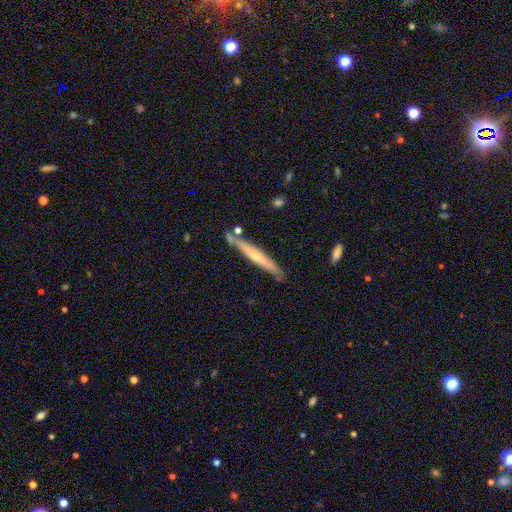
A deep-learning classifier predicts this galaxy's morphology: featured or disk 51%, smooth 44%, star or artifact 6%. Down the decision tree: edge-on disk — yes (92%); merging — none (75%).